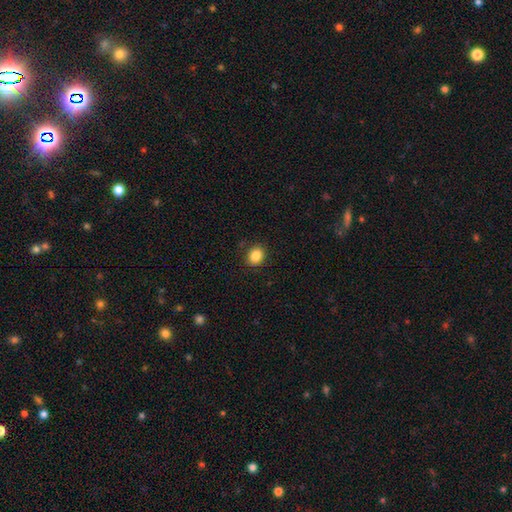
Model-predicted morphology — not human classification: type=smooth (86%); roundness=round (57%); merging=none (88%).